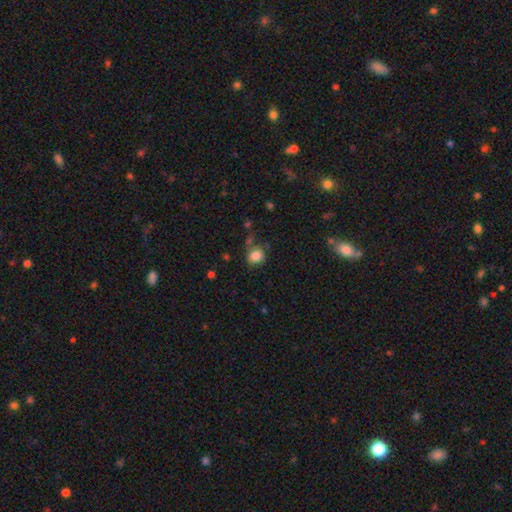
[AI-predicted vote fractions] Q: Smooth or featured?
A: smooth (83%); runner-up: star or artifact (11%)
Q: How rounded?
A: round (77%); runner-up: in between (22%)
Q: Merging?
A: none (70%); runner-up: minor disturbance (17%)